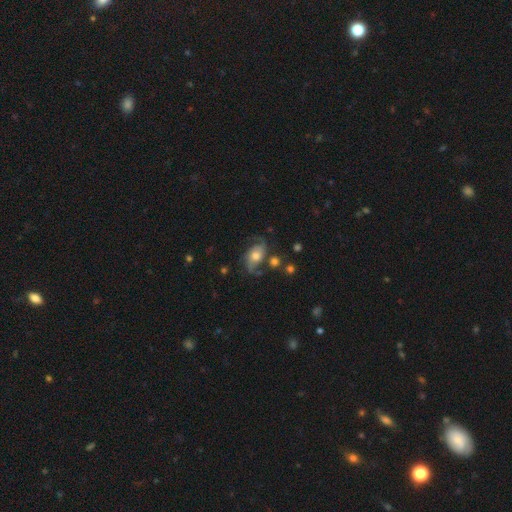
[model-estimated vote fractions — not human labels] A featured or disk galaxy (70%) with no bar (67%), 2 (86%) loose (55%) spiral arms (90%) and a moderate central bulge (61%).

Vote fractions:
- Smooth or featured? featured or disk: 70% / smooth: 22% / star or artifact: 9%
- Edge-on disk? no: 95% / yes: 5%
- Bar? no: 67% / weak: 26% / strong: 7%
- Spiral arms? yes: 90% / no: 10%
- Spiral winding? loose: 55% / medium: 34% / tight: 11%
- Spiral arm count? 2: 86% / can't tell: 6% / 1: 4% / 3: 2% / 4: 1% / more than 4: 1%
- Bulge size? moderate: 61% / large: 18% / small: 16% / none: 3% / dominant: 2%
- Merging? none: 59% / minor disturbance: 21% / major disturbance: 14% / merger: 6%